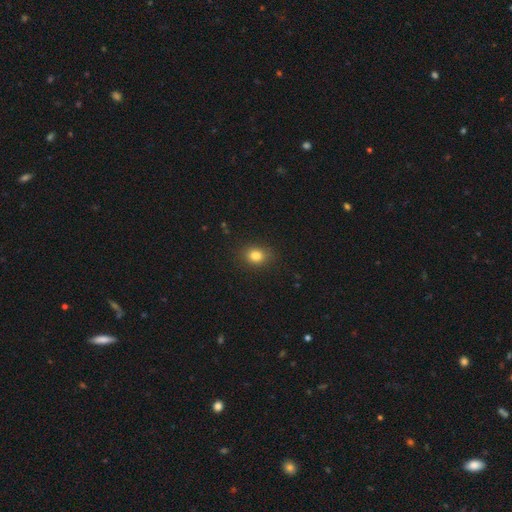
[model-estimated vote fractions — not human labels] smooth-or-featured: smooth: 82% | star or artifact: 12% | featured or disk: 6%
  how-rounded: round: 53% | in between: 46% | cigar-shaped: 1%
  merging: none: 87% | minor disturbance: 9% | major disturbance: 3% | merger: 1%